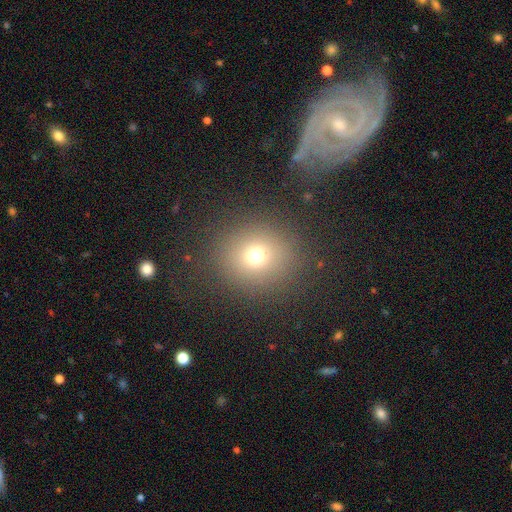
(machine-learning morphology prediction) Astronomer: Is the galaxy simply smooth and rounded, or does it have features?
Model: smooth — 70%.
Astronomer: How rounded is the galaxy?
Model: round — 85%.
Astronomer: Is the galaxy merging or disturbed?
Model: none — 86%.